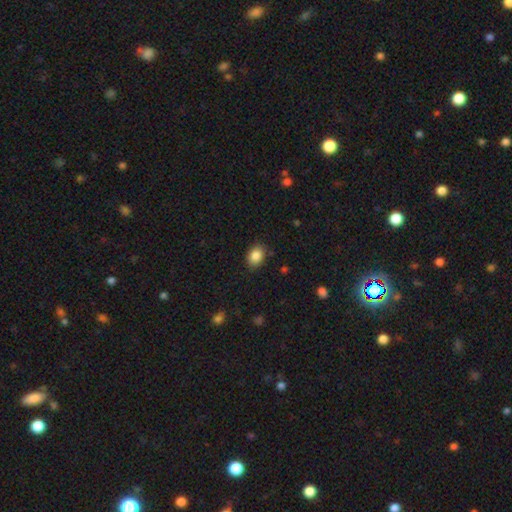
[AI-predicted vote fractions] Smooth or featured?
  - smooth: 87% *
  - star or artifact: 9%
  - featured or disk: 5%
How rounded?
  - in between: 66% *
  - round: 33%
  - cigar-shaped: 1%
Merging?
  - none: 84% *
  - minor disturbance: 12%
  - major disturbance: 3%
  - merger: 1%